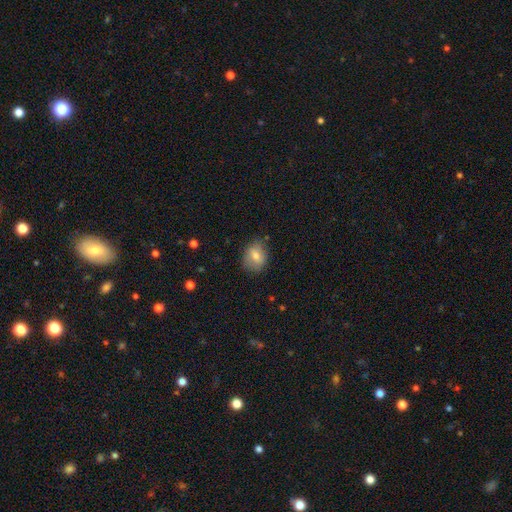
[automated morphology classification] A smooth galaxy with no disk features (73%) that is in between round and cigar-shaped (53%).

Vote fractions:
- Smooth or featured? smooth: 73% / featured or disk: 19% / star or artifact: 9%
- How rounded? in between: 53% / round: 46% / cigar-shaped: 1%
- Merging? none: 73% / minor disturbance: 20% / major disturbance: 5% / merger: 2%